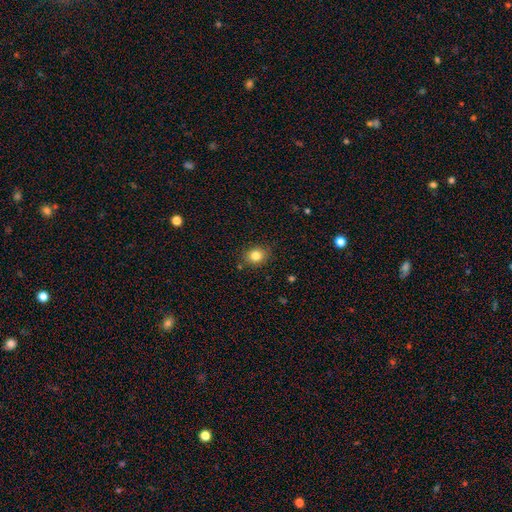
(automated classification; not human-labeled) Morphology: type=smooth (83%); roundness=round (57%); merging=none (86%).